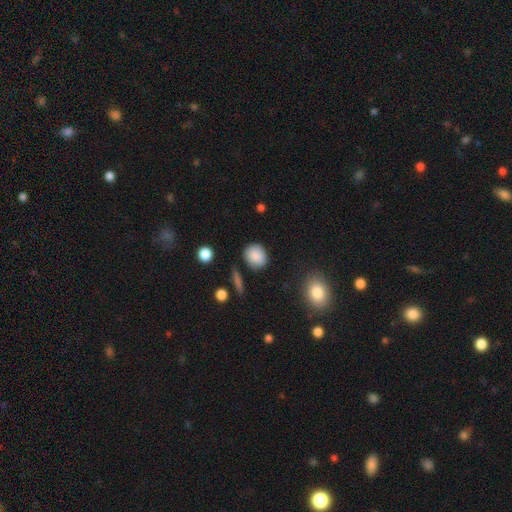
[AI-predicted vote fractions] Smooth or featured? smooth (87%)
How rounded? round (70%)
Merging? none (80%)